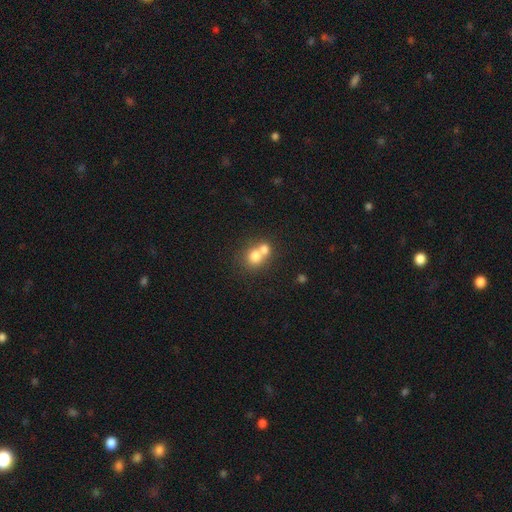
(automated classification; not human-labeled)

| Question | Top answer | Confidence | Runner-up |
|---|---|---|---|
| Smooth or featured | smooth | 73% | featured or disk (15%) |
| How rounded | round | 78% | in between (21%) |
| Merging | merger | 58% | none (33%) |